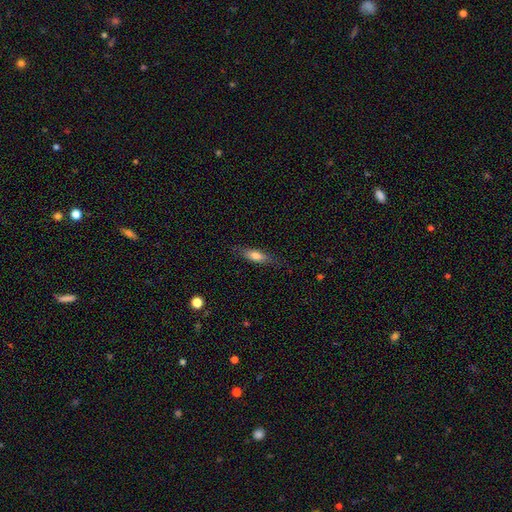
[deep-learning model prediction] The model was most divided on "how rounded": in between: 51%, cigar-shaped: 47%, round: 2%. More confident: merging — none (79%); smooth or featured — smooth (70%).